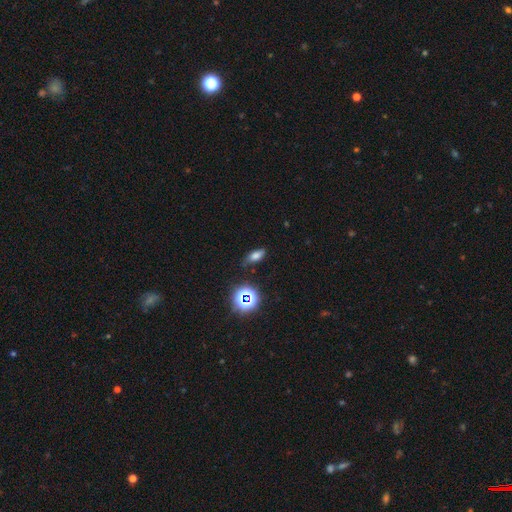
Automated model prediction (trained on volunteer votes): Smooth or featured? Predicted: smooth (p=0.68). How rounded? Predicted: in between (p=0.76). Merging? Predicted: none (p=0.74).